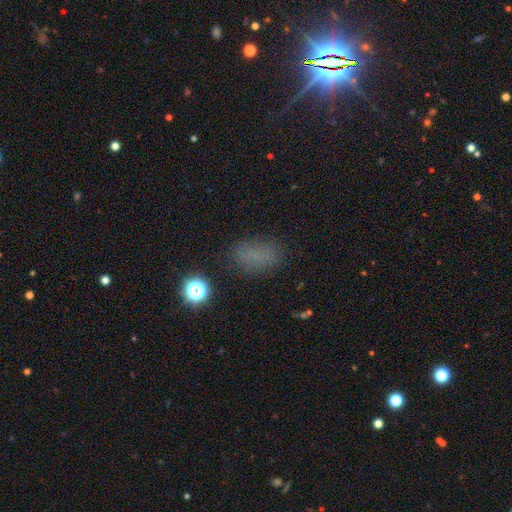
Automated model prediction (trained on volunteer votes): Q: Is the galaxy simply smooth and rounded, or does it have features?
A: smooth — 68%.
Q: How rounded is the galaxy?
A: in between — 82%.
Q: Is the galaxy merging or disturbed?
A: none — 76%.